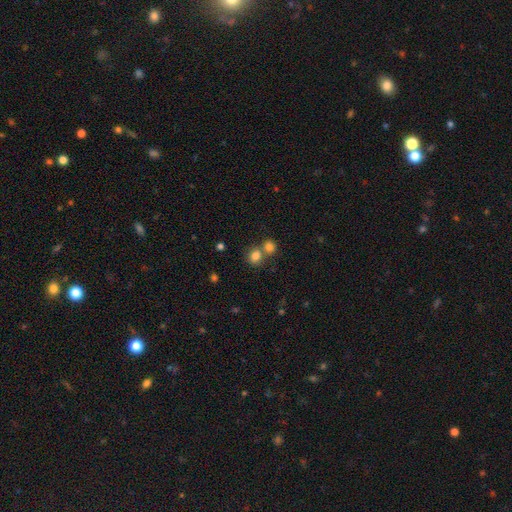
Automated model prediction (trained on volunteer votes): Smooth or featured? Predicted: smooth (p=0.81). How rounded? Predicted: round (p=0.71). Merging? Predicted: none (p=0.50).